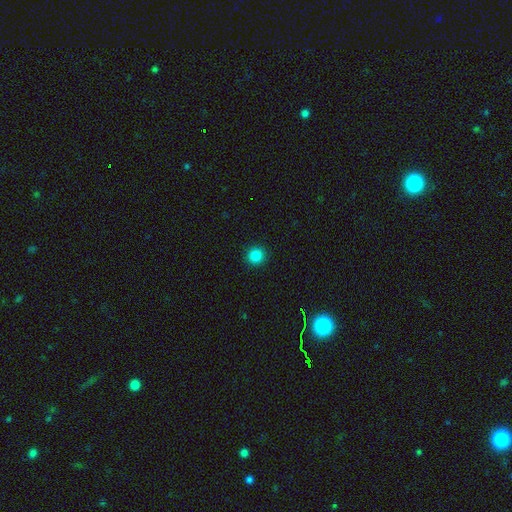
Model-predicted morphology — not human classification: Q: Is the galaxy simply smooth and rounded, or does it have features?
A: smooth — 85%.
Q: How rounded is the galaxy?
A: round — 92%.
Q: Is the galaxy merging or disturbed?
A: none — 92%.